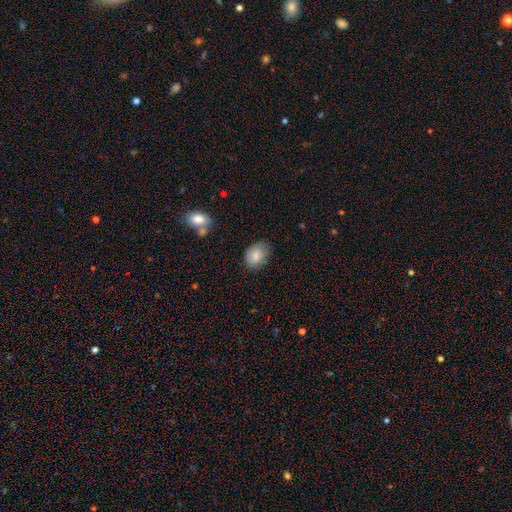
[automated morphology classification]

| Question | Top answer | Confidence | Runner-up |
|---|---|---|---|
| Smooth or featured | smooth | 83% | featured or disk (10%) |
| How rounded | in between | 76% | round (23%) |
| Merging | none | 73% | minor disturbance (21%) |